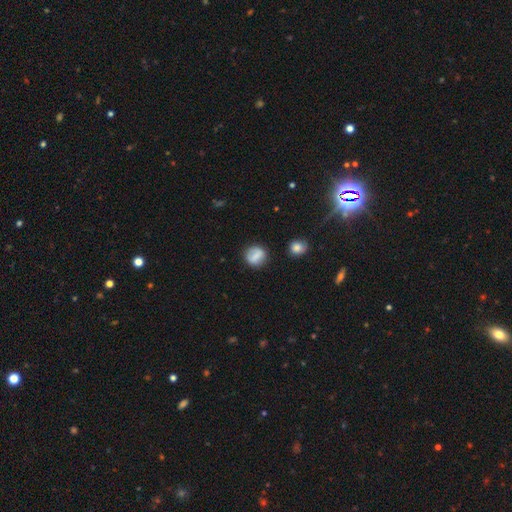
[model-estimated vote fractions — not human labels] Smooth or featured? smooth (73%)
How rounded? round (77%)
Merging? none (81%)